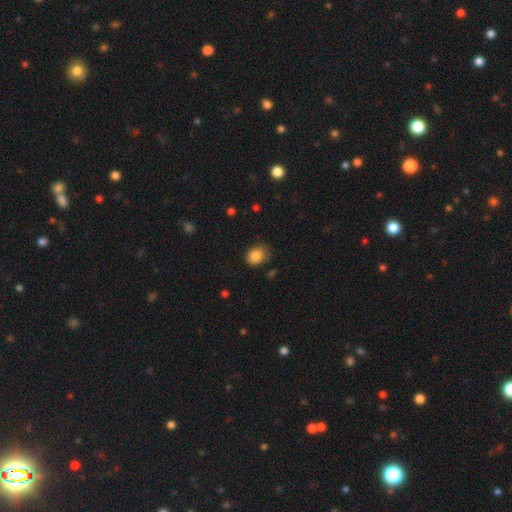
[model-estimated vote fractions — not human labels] smooth-or-featured: smooth: 86% | star or artifact: 9% | featured or disk: 5%
  how-rounded: in between: 57% | round: 43% | cigar-shaped: 1%
  merging: none: 71% | minor disturbance: 23% | major disturbance: 5% | merger: 2%